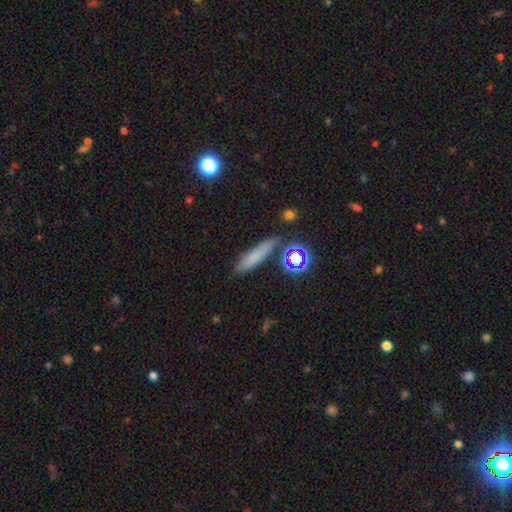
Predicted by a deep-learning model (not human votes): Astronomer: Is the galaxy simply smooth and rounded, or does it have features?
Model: smooth — 67%.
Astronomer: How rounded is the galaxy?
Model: cigar-shaped — 74%.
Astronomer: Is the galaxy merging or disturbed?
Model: none — 79%.